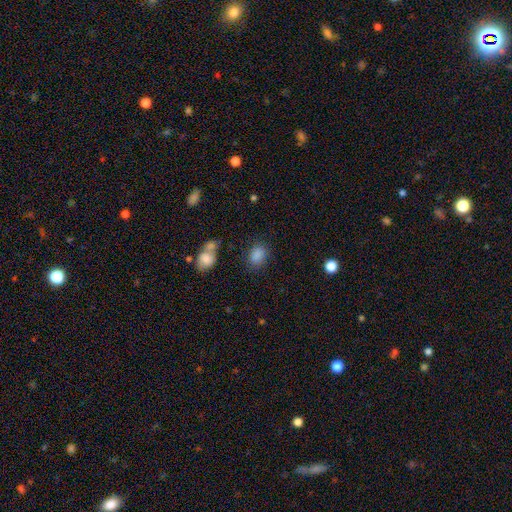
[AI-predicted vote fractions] smooth-or-featured: smooth: 83% | star or artifact: 13% | featured or disk: 5%
  how-rounded: in between: 65% | round: 33% | cigar-shaped: 1%
  merging: none: 76% | minor disturbance: 13% | merger: 6% | major disturbance: 5%